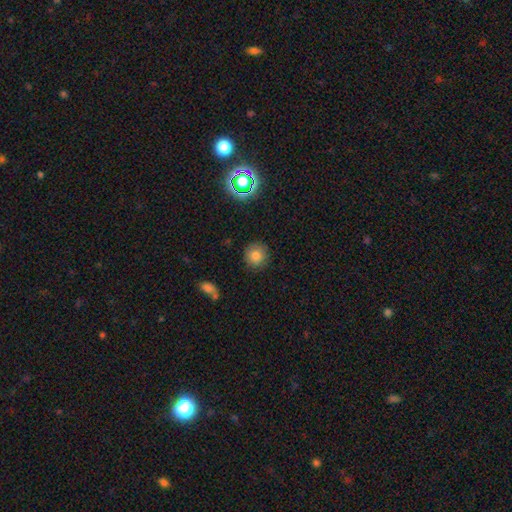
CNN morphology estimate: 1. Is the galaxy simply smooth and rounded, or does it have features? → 81% smooth, 12% star or artifact, 7% featured or disk.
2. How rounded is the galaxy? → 91% round, 8% in between, 1% cigar-shaped.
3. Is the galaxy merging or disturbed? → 86% none, 10% minor disturbance, 3% major disturbance, 2% merger.